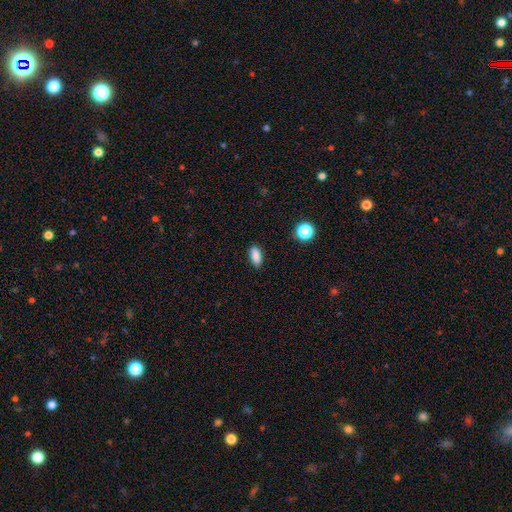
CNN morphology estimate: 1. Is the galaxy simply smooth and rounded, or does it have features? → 86% smooth, 9% star or artifact, 5% featured or disk.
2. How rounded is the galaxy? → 85% in between, 11% cigar-shaped, 4% round.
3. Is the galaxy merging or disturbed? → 87% none, 9% minor disturbance, 2% major disturbance, 1% merger.